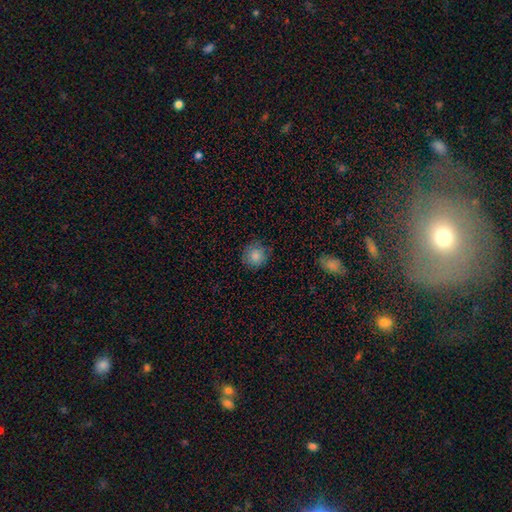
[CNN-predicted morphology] This appears to be a smooth galaxy with no disk features (83%) that is round (91%). Merging: none (83%).